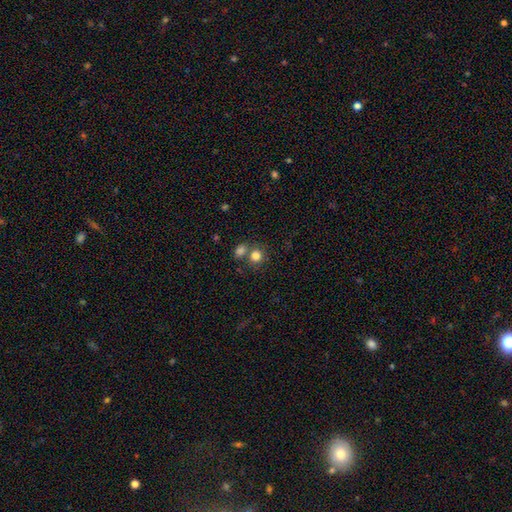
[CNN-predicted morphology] smooth-or-featured: smooth: 82% | star or artifact: 11% | featured or disk: 7%
  how-rounded: round: 79% | in between: 20% | cigar-shaped: 1%
  merging: none: 59% | merger: 28% | minor disturbance: 9% | major disturbance: 4%